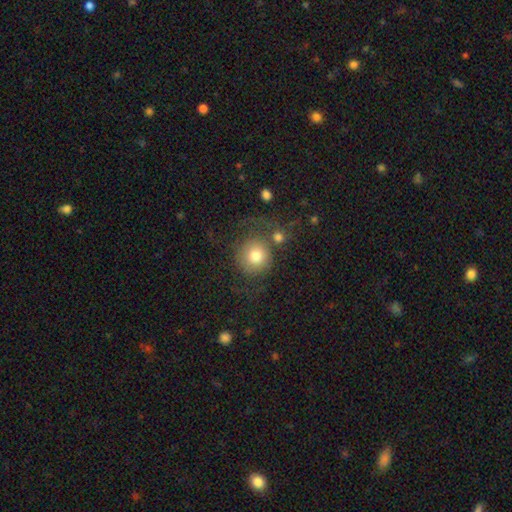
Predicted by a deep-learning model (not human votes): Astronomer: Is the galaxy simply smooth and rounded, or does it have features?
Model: smooth — 73%.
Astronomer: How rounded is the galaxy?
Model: round — 91%.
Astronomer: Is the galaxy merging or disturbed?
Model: none — 56%.